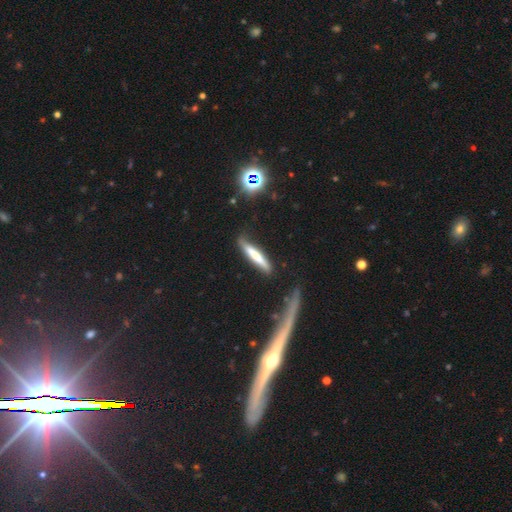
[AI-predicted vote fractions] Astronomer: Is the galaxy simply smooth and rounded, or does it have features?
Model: smooth — 61%.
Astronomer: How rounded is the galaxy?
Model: cigar-shaped — 91%.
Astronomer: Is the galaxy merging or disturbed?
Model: none — 73%.